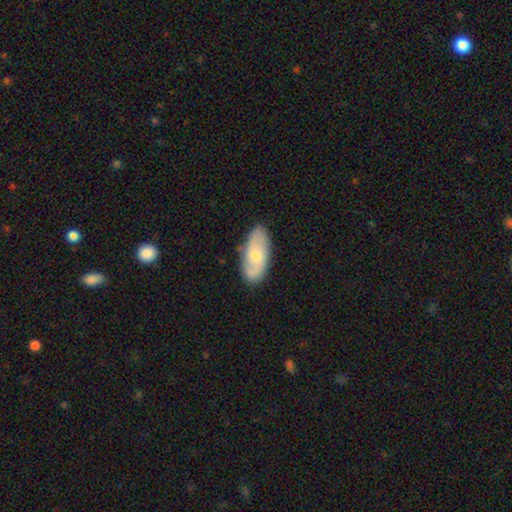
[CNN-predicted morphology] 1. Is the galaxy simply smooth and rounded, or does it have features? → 56% smooth, 39% featured or disk, 6% star or artifact.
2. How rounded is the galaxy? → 89% in between, 8% cigar-shaped, 3% round.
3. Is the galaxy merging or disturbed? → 80% none, 16% minor disturbance, 3% major disturbance, 2% merger.